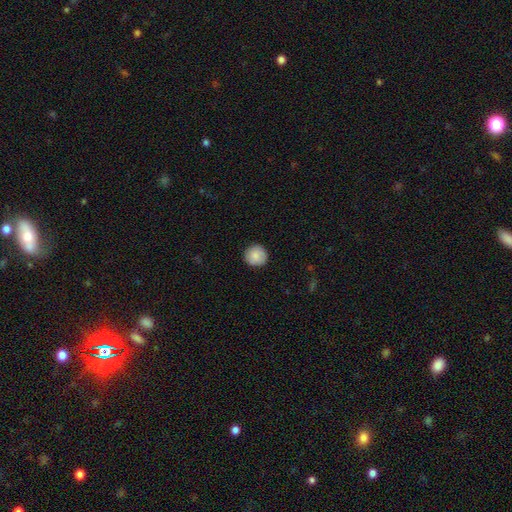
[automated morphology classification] smooth 88%, star or artifact 7%, featured or disk 5%. Down the decision tree: how rounded — round (95%); merging — none (90%).